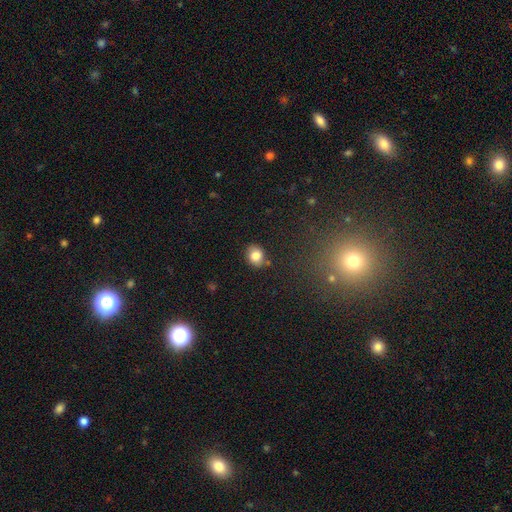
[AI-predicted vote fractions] The model was most divided on "how rounded": round: 58%, in between: 41%, cigar-shaped: 1%. More confident: smooth or featured — smooth (82%); merging — none (80%).